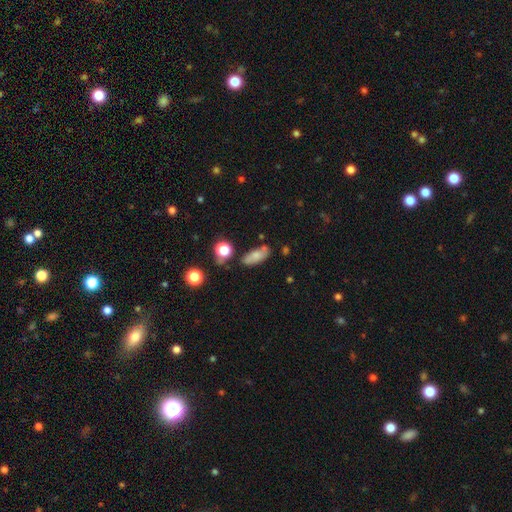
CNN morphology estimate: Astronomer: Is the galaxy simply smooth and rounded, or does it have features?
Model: smooth — 74%.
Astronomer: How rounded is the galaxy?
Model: in between — 78%.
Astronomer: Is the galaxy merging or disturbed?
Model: none — 68%.